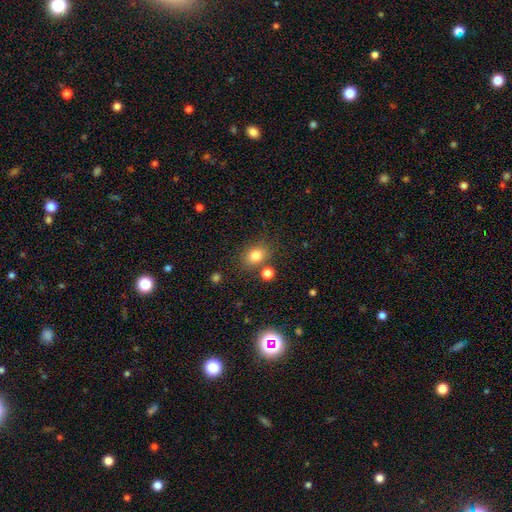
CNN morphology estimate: A smooth galaxy with no disk features (80%) that is in between round and cigar-shaped (61%). Merging: none (74%).